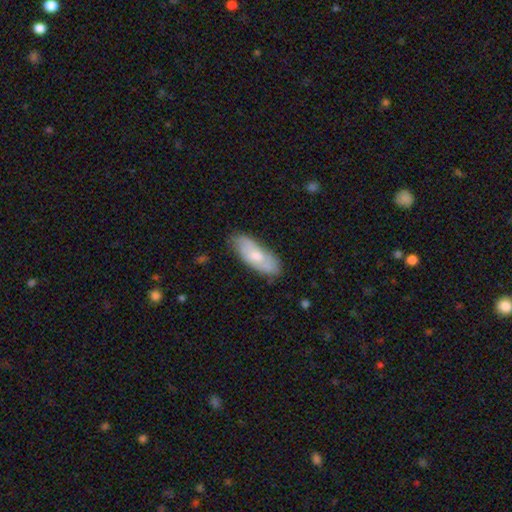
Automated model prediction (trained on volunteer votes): The model was most divided on "smooth or featured": smooth: 59%, featured or disk: 35%, star or artifact: 6%. More confident: how rounded — in between (72%); merging — none (71%).